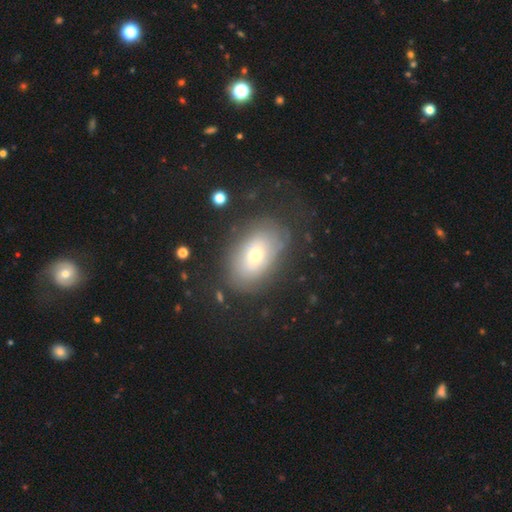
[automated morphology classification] This appears to be a smooth galaxy with no disk features (50%) that is in between round and cigar-shaped (82%). Merging: none (65%).